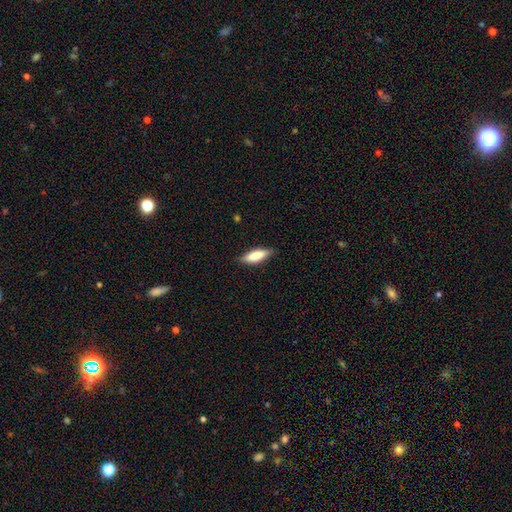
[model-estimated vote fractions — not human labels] smooth_or_featured: smooth (p=0.77) [alt: featured or disk p=0.18]
how_rounded: in between (p=0.50) [alt: cigar-shaped p=0.48]
merging: none (p=0.84) [alt: minor disturbance p=0.12]